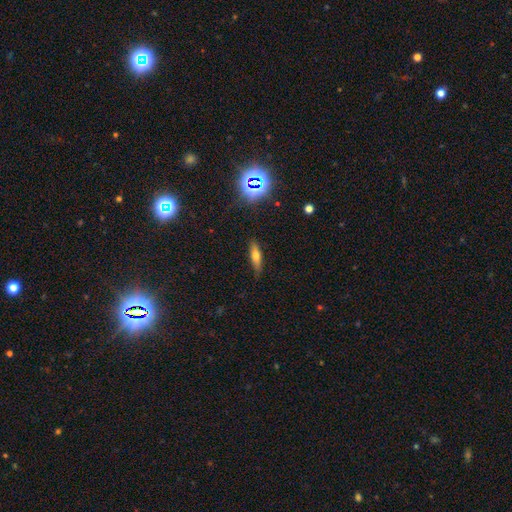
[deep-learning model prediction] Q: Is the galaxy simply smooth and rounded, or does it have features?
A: smooth — 60%.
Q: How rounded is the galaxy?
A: cigar-shaped — 59%.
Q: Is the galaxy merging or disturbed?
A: none — 81%.